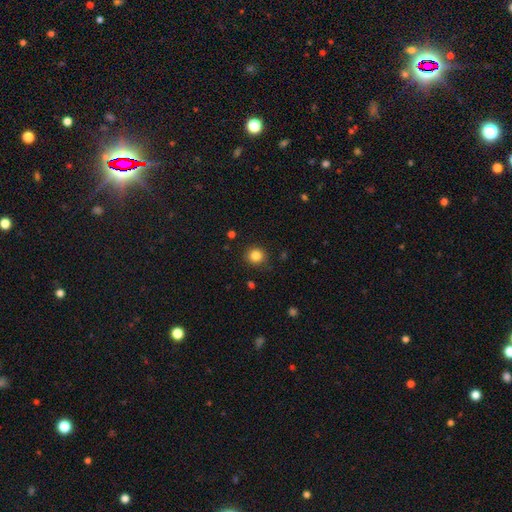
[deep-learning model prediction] smooth_or_featured: smooth (p=0.84) [alt: star or artifact p=0.11]
how_rounded: round (p=0.87) [alt: in between p=0.12]
merging: none (p=0.87) [alt: minor disturbance p=0.09]